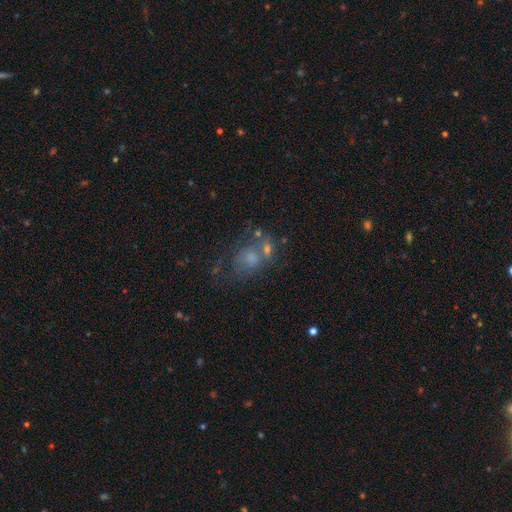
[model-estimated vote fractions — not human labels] smooth-or-featured: featured or disk: 42% | smooth: 33% | star or artifact: 25%
  merging: none: 44% | merger: 22% | major disturbance: 17% | minor disturbance: 16%